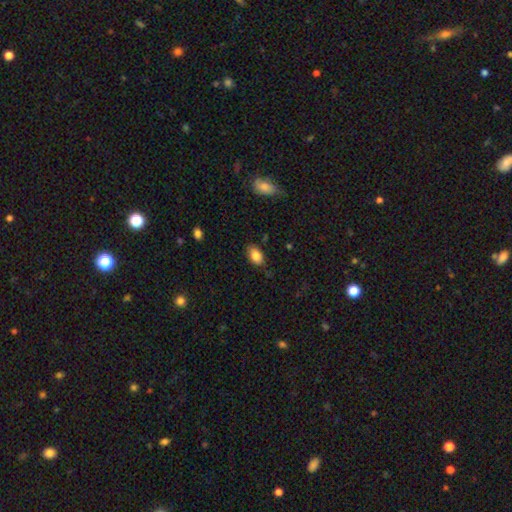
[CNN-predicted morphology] Smooth or featured? smooth (86%)
How rounded? in between (89%)
Merging? none (77%)